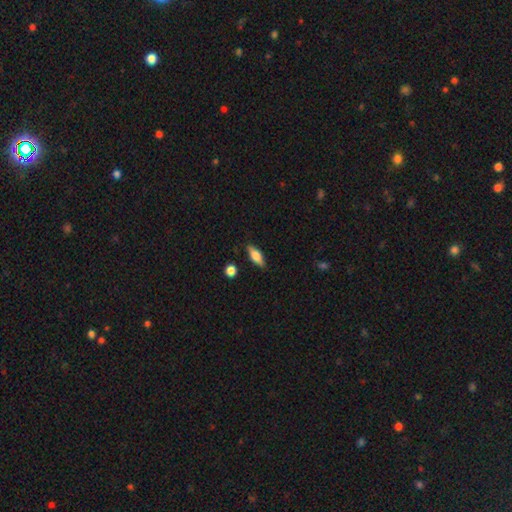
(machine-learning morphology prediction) type=smooth (67%); roundness=in between (68%); merging=none (84%).